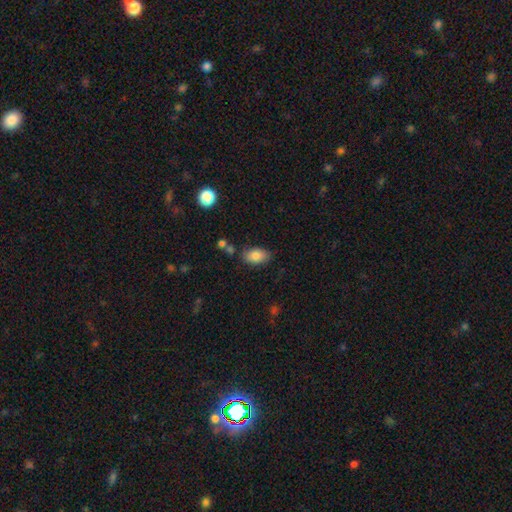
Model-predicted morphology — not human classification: Smooth or featured? smooth (83%)
How rounded? in between (92%)
Merging? none (77%)